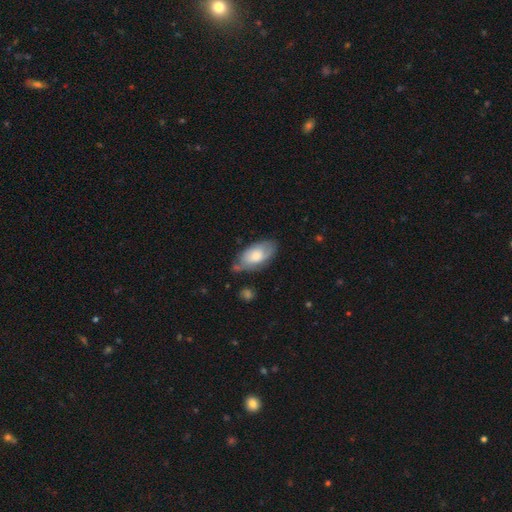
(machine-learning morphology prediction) A smooth galaxy with no disk features (65%) that is in between round and cigar-shaped (93%).

Vote fractions:
- Smooth or featured? smooth: 65% / featured or disk: 29% / star or artifact: 6%
- How rounded? in between: 93% / cigar-shaped: 4% / round: 3%
- Merging? none: 58% / minor disturbance: 30% / major disturbance: 8% / merger: 5%